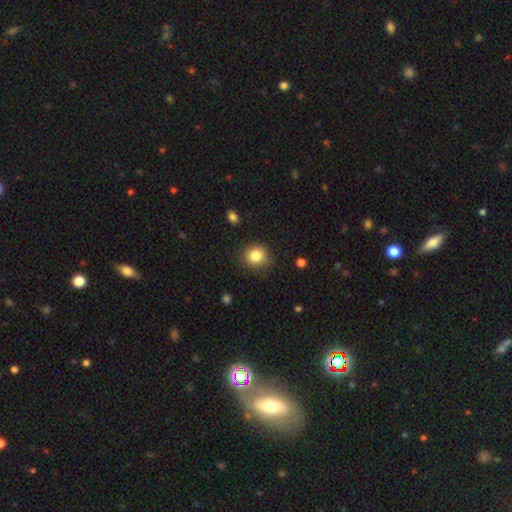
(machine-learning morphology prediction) A smooth galaxy with no disk features (83%) that is round (89%).

Vote fractions:
- Smooth or featured? smooth: 83% / star or artifact: 11% / featured or disk: 6%
- How rounded? round: 89% / in between: 10% / cigar-shaped: 1%
- Merging? none: 88% / minor disturbance: 8% / major disturbance: 2% / merger: 1%